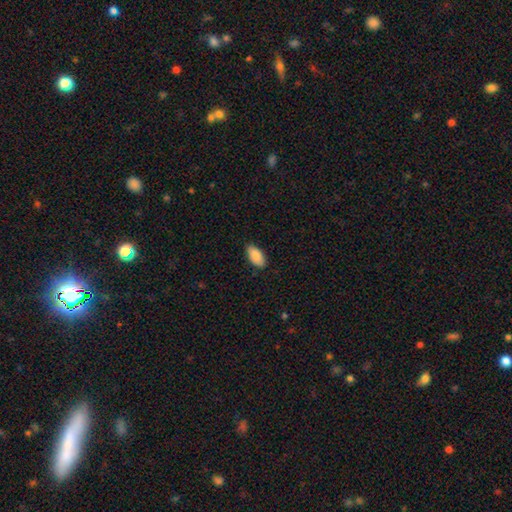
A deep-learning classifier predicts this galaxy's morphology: A smooth galaxy with no disk features (89%) that is in between round and cigar-shaped (94%). Merging: none (87%).